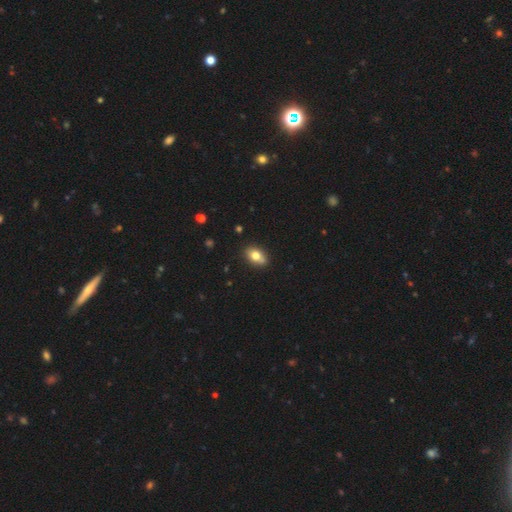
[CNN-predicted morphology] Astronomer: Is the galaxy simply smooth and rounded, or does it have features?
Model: smooth — 77%.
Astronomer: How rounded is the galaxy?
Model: in between — 83%.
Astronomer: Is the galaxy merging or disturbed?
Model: none — 80%.